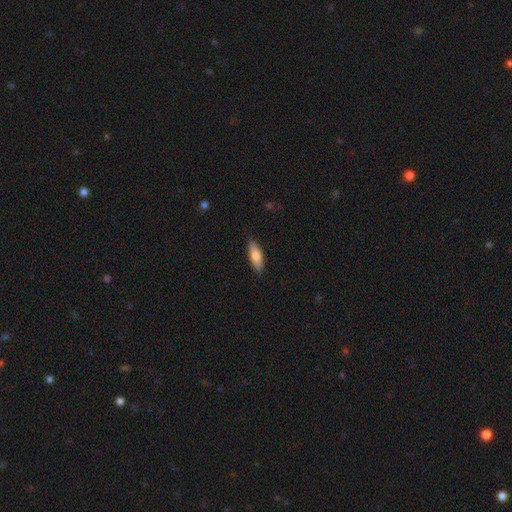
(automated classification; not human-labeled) Q: Smooth or featured?
A: smooth (74%); runner-up: featured or disk (20%)
Q: How rounded?
A: in between (55%); runner-up: cigar-shaped (43%)
Q: Merging?
A: none (88%); runner-up: minor disturbance (9%)